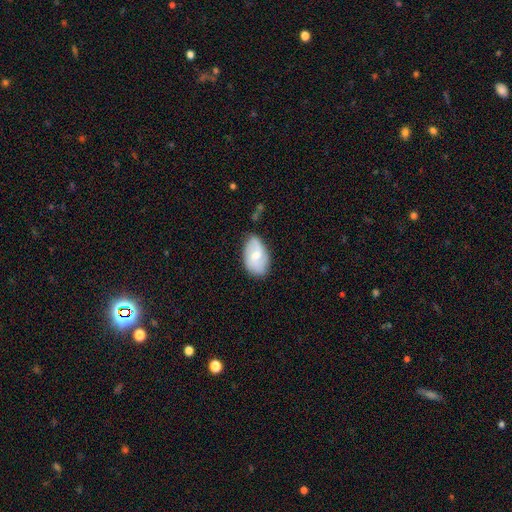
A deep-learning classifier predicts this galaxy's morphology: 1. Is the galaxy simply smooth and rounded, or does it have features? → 51% smooth, 42% featured or disk, 6% star or artifact.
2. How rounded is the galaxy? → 91% in between, 7% round, 2% cigar-shaped.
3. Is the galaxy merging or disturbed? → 65% none, 26% minor disturbance, 6% major disturbance, 2% merger.